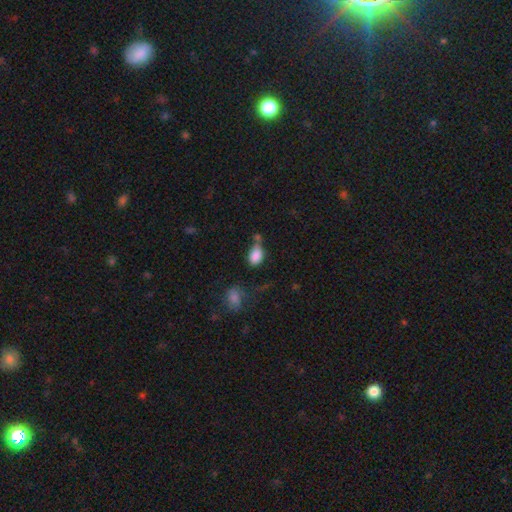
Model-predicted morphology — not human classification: smooth-or-featured: smooth: 85% | star or artifact: 9% | featured or disk: 6%
  how-rounded: in between: 82% | round: 16% | cigar-shaped: 2%
  merging: none: 48% | minor disturbance: 24% | merger: 19% | major disturbance: 9%